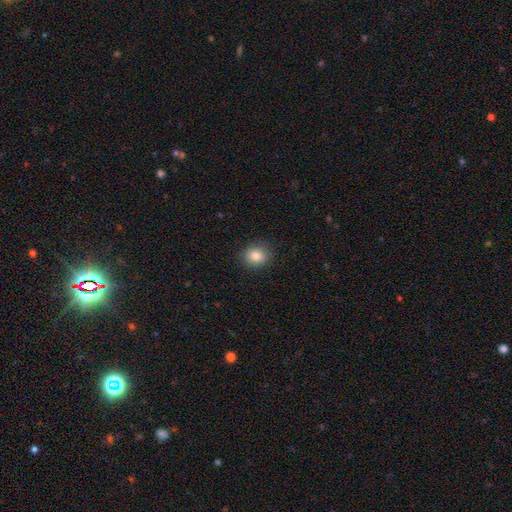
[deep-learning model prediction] The model was most divided on "how rounded": round: 69%, in between: 30%, cigar-shaped: 1%. More confident: merging — none (87%); smooth or featured — smooth (84%).